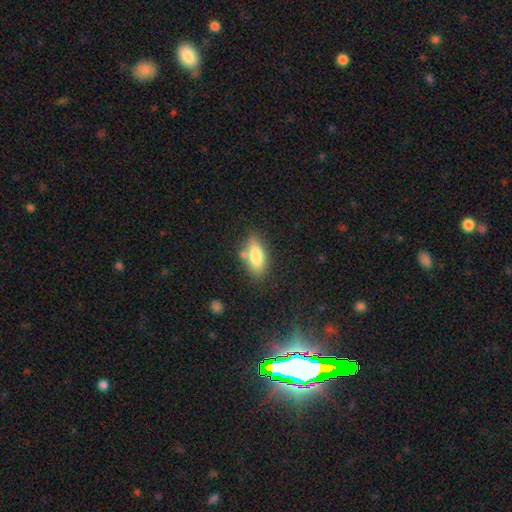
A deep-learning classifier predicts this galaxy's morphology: Smooth or featured? Predicted: smooth (p=0.81). How rounded? Predicted: in between (p=0.79). Merging? Predicted: none (p=0.71).